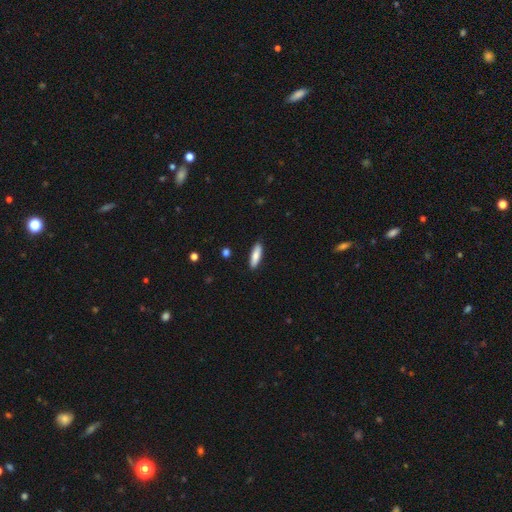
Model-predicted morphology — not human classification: This is clearly a smooth galaxy (81%). How rounded: possibly cigar-shaped (58%). Merging: clearly none (88%).